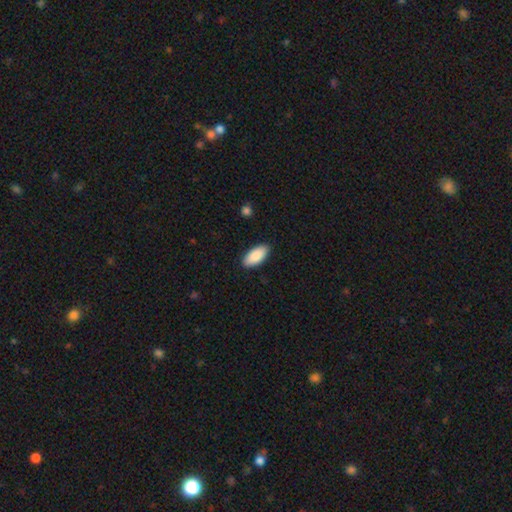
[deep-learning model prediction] A smooth galaxy with no disk features (88%) that is in between round and cigar-shaped (92%).

Vote fractions:
- Smooth or featured? smooth: 88% / featured or disk: 6% / star or artifact: 6%
- How rounded? in between: 92% / cigar-shaped: 6% / round: 2%
- Merging? none: 89% / minor disturbance: 8% / major disturbance: 2% / merger: 1%